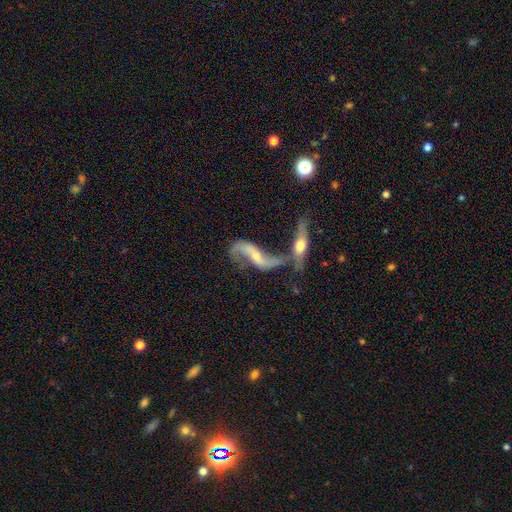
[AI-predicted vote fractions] Smooth or featured: featured or disk — 85% (smooth — 9%)
Edge-on disk: no — 84% (yes — 16%)
Bar: no — 43% (weak — 35%)
Spiral arms: yes — 91% (no — 9%)
Spiral winding: loose — 88% (medium — 9%)
Spiral arm count: 2 — 90% (1 — 4%)
Bulge size: small — 56% (moderate — 34%)
Merging: merger — 47% (none — 30%)